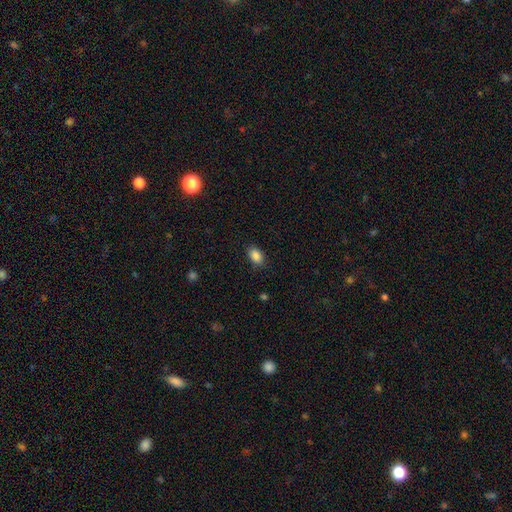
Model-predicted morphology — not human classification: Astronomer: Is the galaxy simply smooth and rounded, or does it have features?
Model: smooth — 88%.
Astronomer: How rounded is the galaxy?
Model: in between — 88%.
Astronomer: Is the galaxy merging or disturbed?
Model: none — 86%.